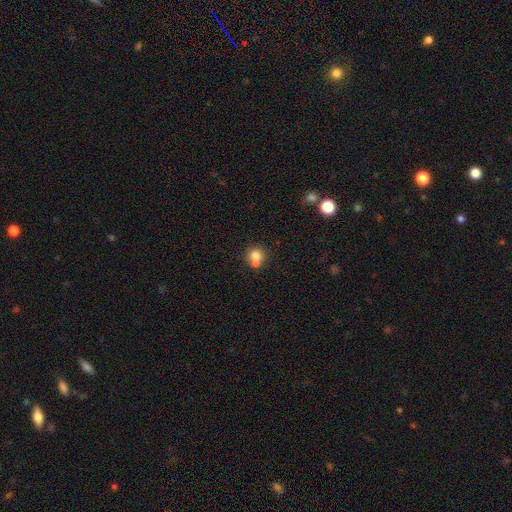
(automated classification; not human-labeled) This is likely a smooth galaxy (77%). How rounded: clearly round (87%). Merging: possibly none (47%).